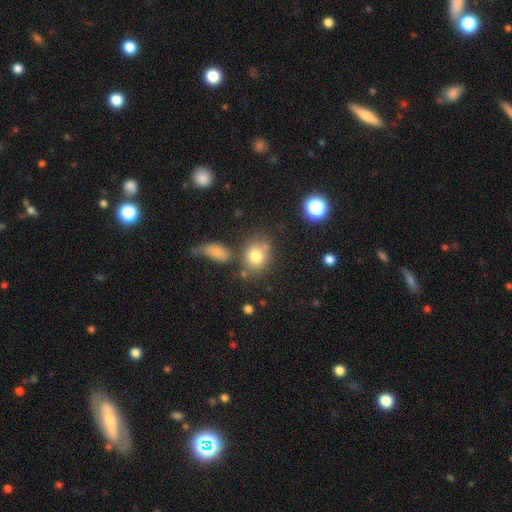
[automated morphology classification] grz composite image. It shows a smooth galaxy with no disk features (79%) that is round (61%). Merging: none (64%).